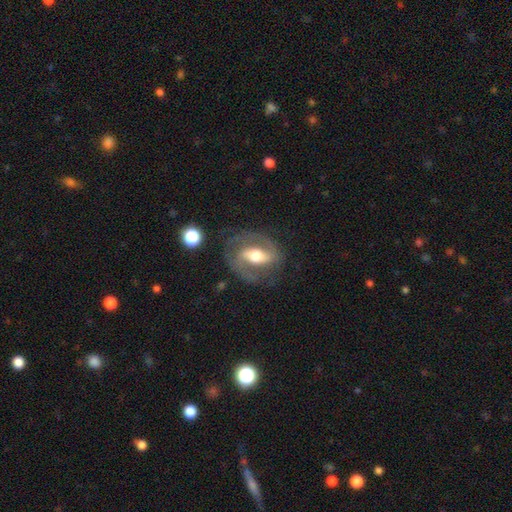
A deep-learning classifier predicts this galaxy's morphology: Smooth or featured?
  - featured or disk: 81% *
  - smooth: 13%
  - star or artifact: 5%
Edge-on disk?
  - no: 95% *
  - yes: 5%
Bar?
  - strong: 51% *
  - weak: 32%
  - no: 17%
Spiral arms?
  - yes: 88% *
  - no: 12%
Spiral winding?
  - medium: 53% *
  - tight: 27%
  - loose: 20%
Spiral arm count?
  - 2: 89% *
  - can't tell: 5%
  - 1: 3%
  - 3: 1%
  - 4: 1%
  - more than 4: 1%
Bulge size?
  - moderate: 64% *
  - large: 22%
  - small: 10%
  - dominant: 2%
  - none: 1%
Merging?
  - none: 73% *
  - minor disturbance: 15%
  - major disturbance: 10%
  - merger: 2%